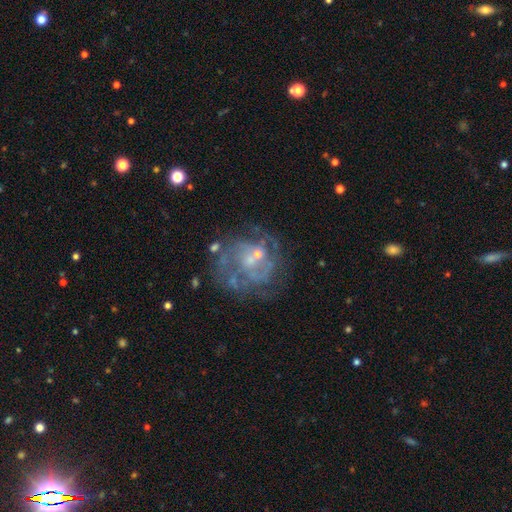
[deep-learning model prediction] Smooth or featured: featured or disk — 76% (smooth — 13%)
Edge-on disk: no — 98% (yes — 2%)
Bar: no — 74% (weak — 22%)
Spiral arms: yes — 65% (no — 35%)
Bulge size: small — 59% (moderate — 22%)
Merging: none — 53% (major disturbance — 20%)